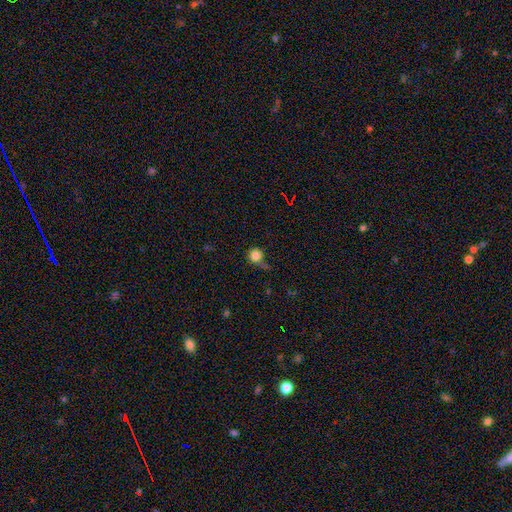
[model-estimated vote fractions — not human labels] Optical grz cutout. It shows a smooth galaxy with no disk features (82%) that is round (91%). Merging: none (55%).